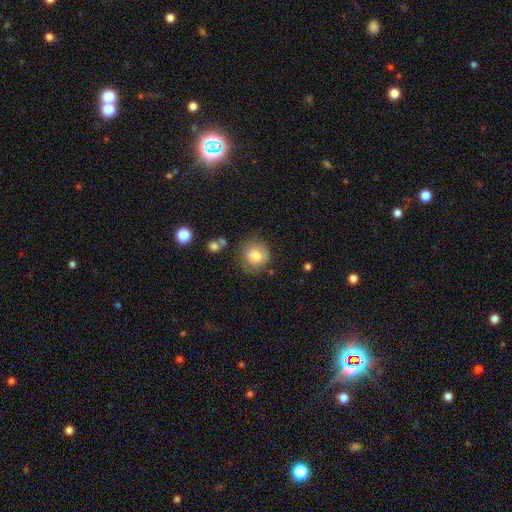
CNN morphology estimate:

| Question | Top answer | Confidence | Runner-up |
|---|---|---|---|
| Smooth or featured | smooth | 74% | featured or disk (16%) |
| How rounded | round | 88% | in between (11%) |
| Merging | none | 69% | minor disturbance (19%) |